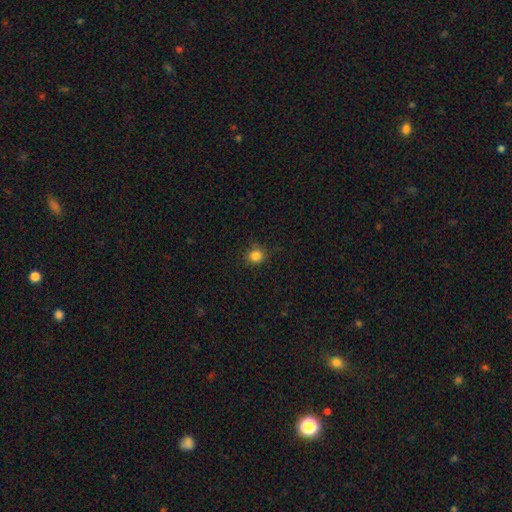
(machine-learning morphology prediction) Smooth or featured: smooth — 83% (star or artifact — 13%)
How rounded: round — 89% (in between — 10%)
Merging: none — 87% (minor disturbance — 10%)